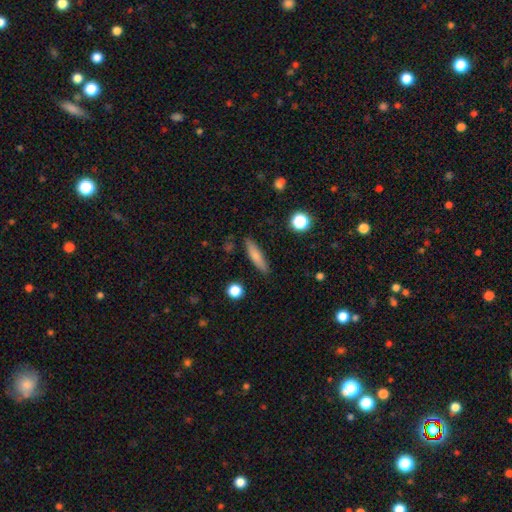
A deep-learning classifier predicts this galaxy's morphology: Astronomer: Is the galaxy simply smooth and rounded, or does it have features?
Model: smooth — 77%.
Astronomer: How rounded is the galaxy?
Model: cigar-shaped — 75%.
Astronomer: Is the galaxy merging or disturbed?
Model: none — 87%.